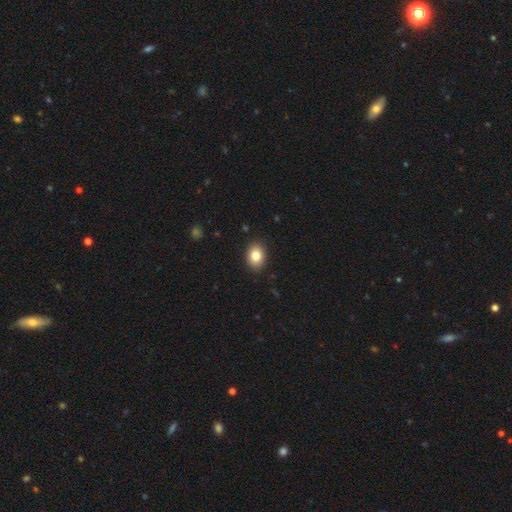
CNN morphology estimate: The model was most divided on "how rounded": in between: 68%, round: 31%, cigar-shaped: 1%. More confident: merging — none (89%); smooth or featured — smooth (84%).